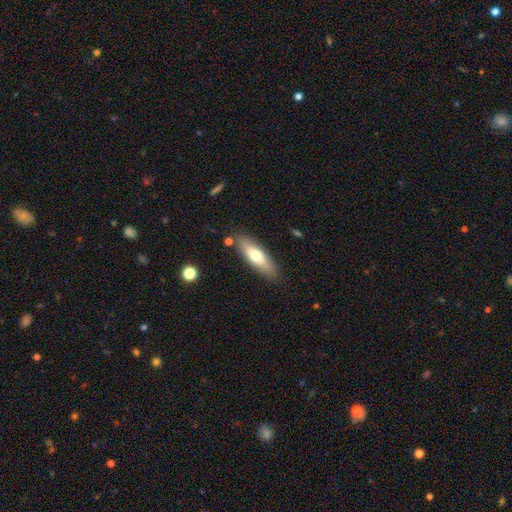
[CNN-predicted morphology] smooth 64%, featured or disk 30%, star or artifact 6%. Down the decision tree: how rounded — cigar-shaped (53%); merging — none (83%).